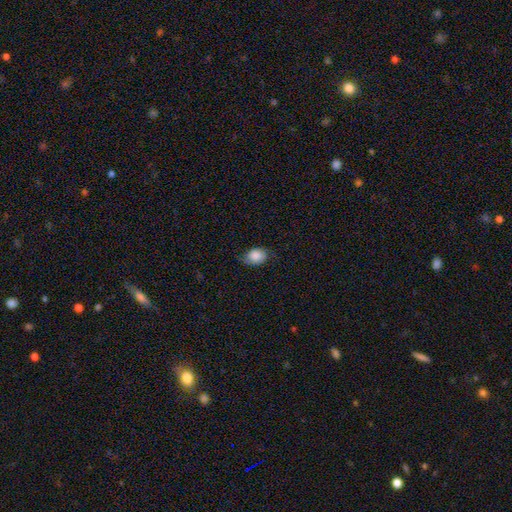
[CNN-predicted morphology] The model was most divided on "how rounded": in between: 65%, round: 34%, cigar-shaped: 1%. More confident: smooth or featured — smooth (83%); merging — none (68%).